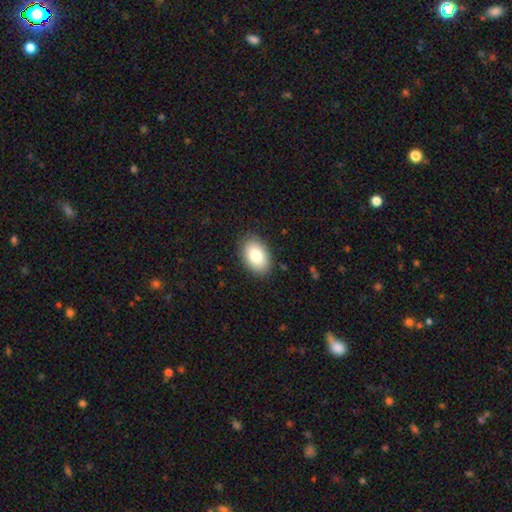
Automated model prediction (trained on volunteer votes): Smooth or featured?
  - smooth: 84% *
  - featured or disk: 9%
  - star or artifact: 7%
How rounded?
  - in between: 89% *
  - round: 10%
  - cigar-shaped: 1%
Merging?
  - none: 87% *
  - minor disturbance: 10%
  - major disturbance: 2%
  - merger: 1%